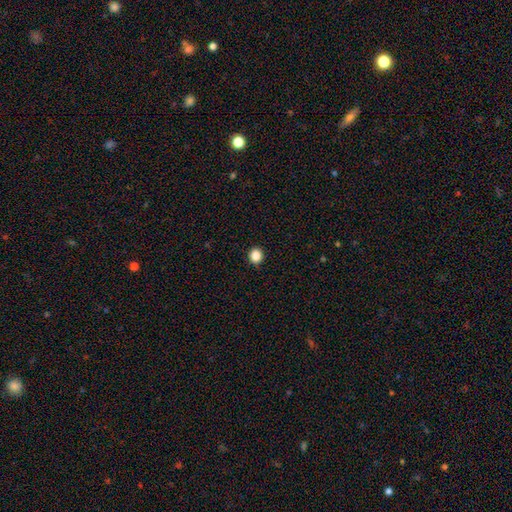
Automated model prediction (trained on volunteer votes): smooth_or_featured: smooth (p=0.87) [alt: star or artifact p=0.10]
how_rounded: round (p=0.83) [alt: in between p=0.16]
merging: none (p=0.92) [alt: minor disturbance p=0.05]